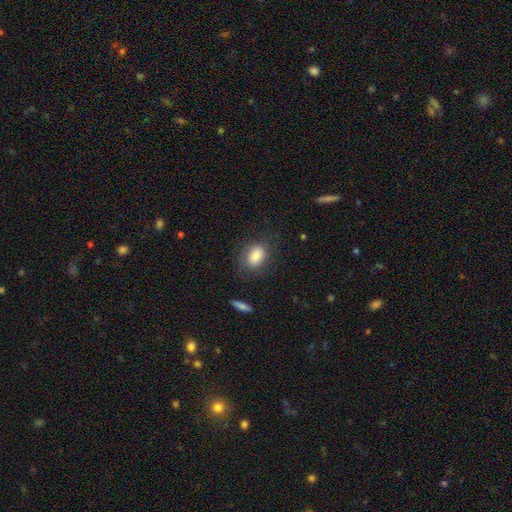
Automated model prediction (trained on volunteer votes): Q: Smooth or featured?
A: smooth (82%); runner-up: featured or disk (11%)
Q: How rounded?
A: in between (75%); runner-up: round (23%)
Q: Merging?
A: none (72%); runner-up: minor disturbance (17%)